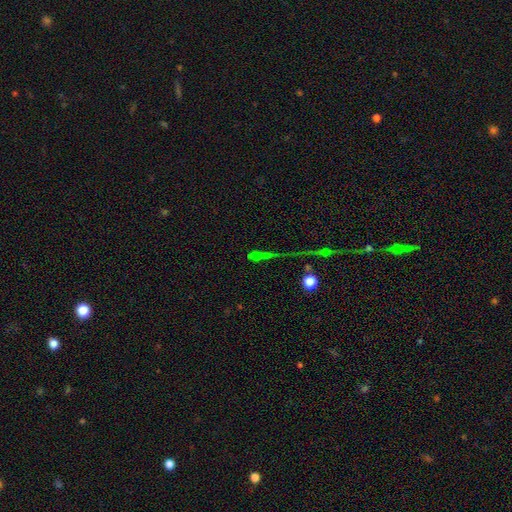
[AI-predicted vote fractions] This appears to be a star or artifact, not a galaxy (55%).